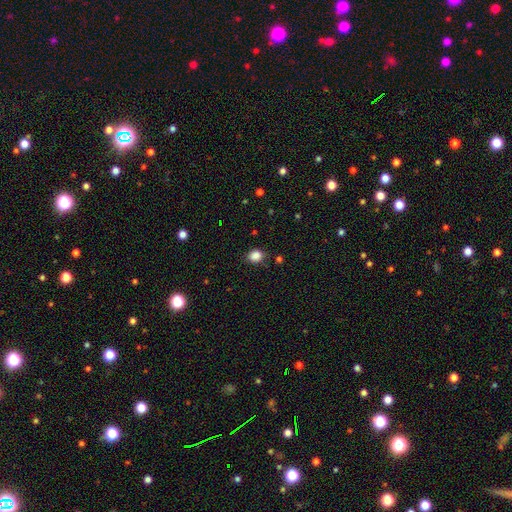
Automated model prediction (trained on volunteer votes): This appears to be a smooth galaxy with no disk features (86%) that is round (53%). Merging: none (82%).